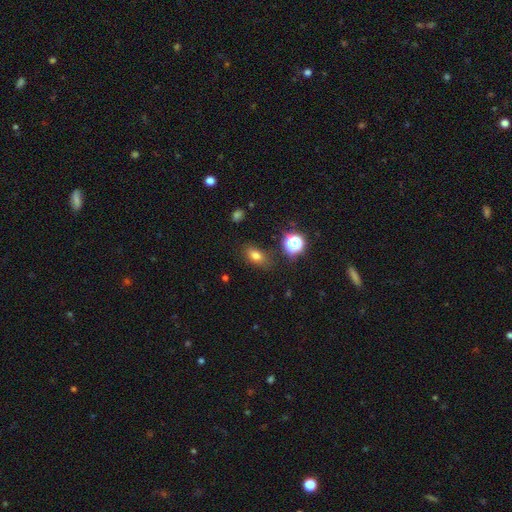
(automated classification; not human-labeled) smooth 74%, star or artifact 17%, featured or disk 9%. Down the decision tree: how rounded — in between (77%); merging — none (79%).